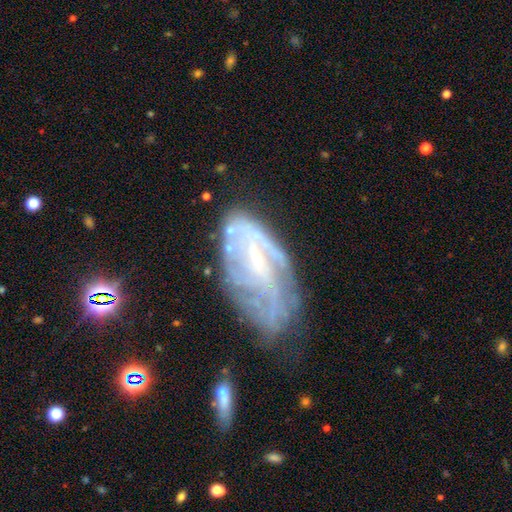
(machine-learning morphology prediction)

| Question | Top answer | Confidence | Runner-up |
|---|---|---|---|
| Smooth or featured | featured or disk | 77% | smooth (14%) |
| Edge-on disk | no | 93% | yes (7%) |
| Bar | weak | 46% | no (34%) |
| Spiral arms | yes | 80% | no (20%) |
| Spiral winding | tight | 51% | medium (33%) |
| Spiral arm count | can't tell | 52% | 2 (16%) |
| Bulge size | small | 69% | moderate (17%) |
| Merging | none | 45% | minor disturbance (29%) |